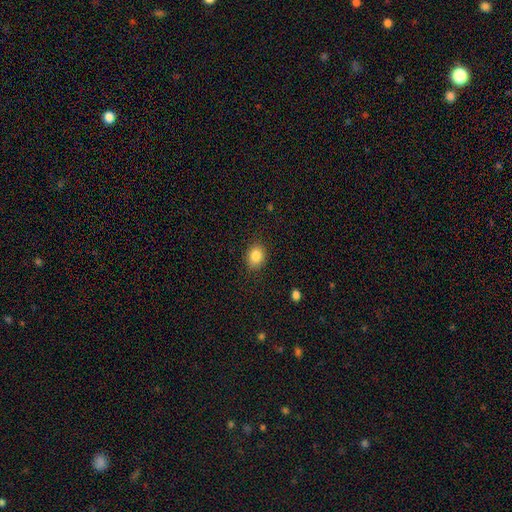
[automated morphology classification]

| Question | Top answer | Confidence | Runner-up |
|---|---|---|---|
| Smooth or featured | smooth | 85% | star or artifact (9%) |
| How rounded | in between | 54% | round (45%) |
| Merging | none | 86% | minor disturbance (11%) |